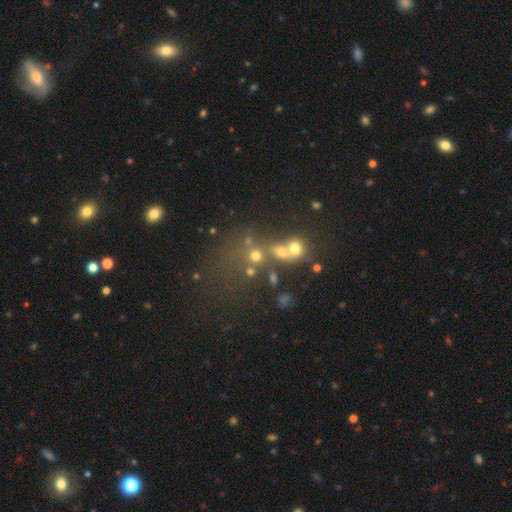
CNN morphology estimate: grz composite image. It shows a smooth galaxy with no disk features (53%) that is round (73%). Merging: merger (46%).